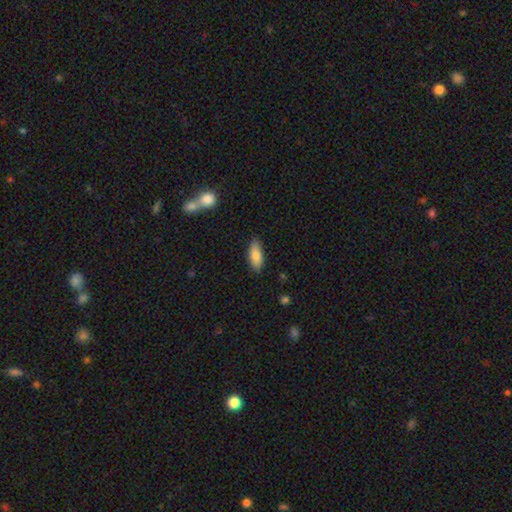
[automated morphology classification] smooth-or-featured: smooth: 81% | featured or disk: 12% | star or artifact: 7%
  how-rounded: in between: 76% | cigar-shaped: 22% | round: 2%
  merging: none: 83% | minor disturbance: 13% | major disturbance: 2% | merger: 2%